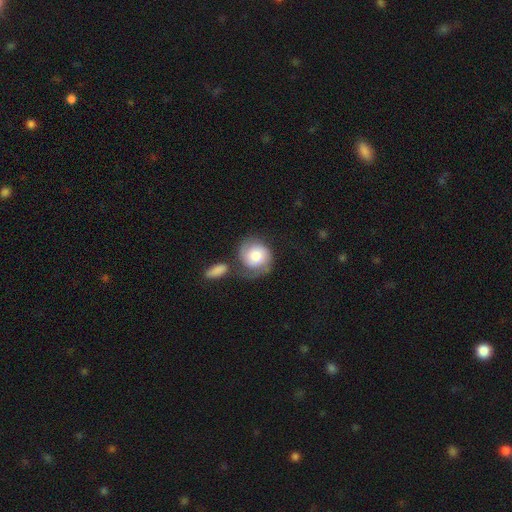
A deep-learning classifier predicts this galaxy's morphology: smooth-or-featured: featured or disk: 49% | smooth: 44% | star or artifact: 7%
  merging: none: 45% | minor disturbance: 22% | merger: 17% | major disturbance: 16%